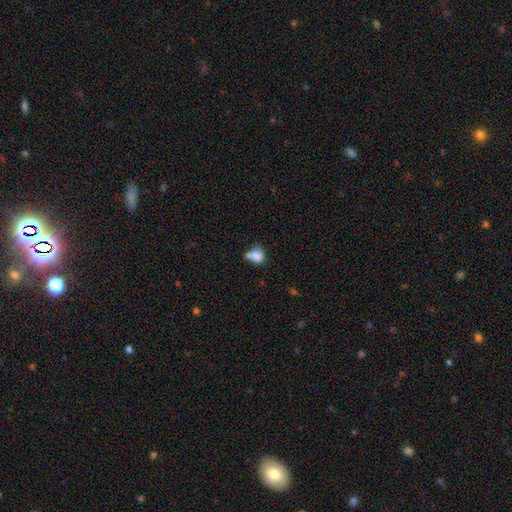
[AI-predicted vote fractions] Smooth or featured? smooth (80%)
How rounded? round (55%)
Merging? none (37%)